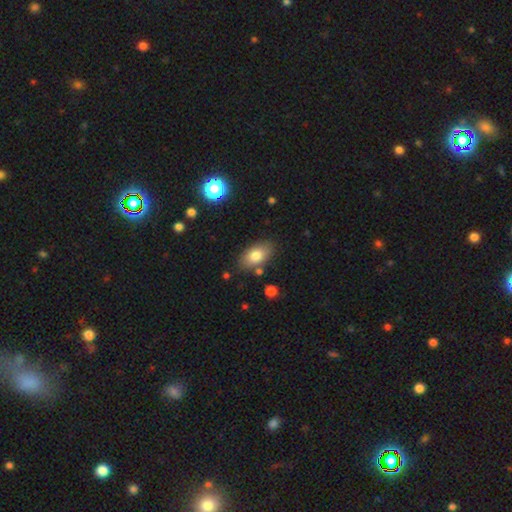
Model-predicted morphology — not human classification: Q: Smooth or featured?
A: smooth (79%); runner-up: featured or disk (13%)
Q: How rounded?
A: in between (90%); runner-up: round (7%)
Q: Merging?
A: none (81%); runner-up: minor disturbance (12%)